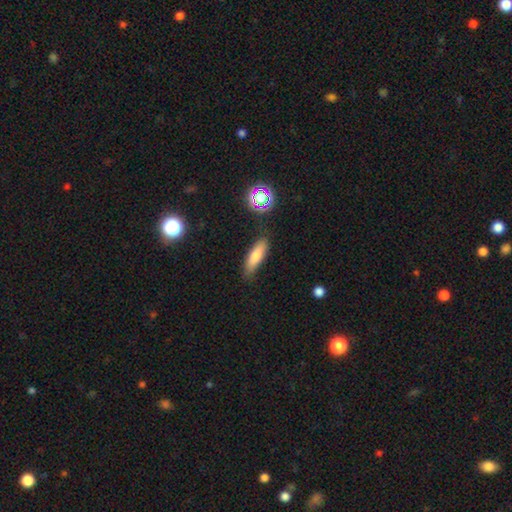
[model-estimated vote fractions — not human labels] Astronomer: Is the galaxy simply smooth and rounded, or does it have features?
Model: smooth — 74%.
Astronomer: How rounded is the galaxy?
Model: cigar-shaped — 52% (runner-up: in between, 46%).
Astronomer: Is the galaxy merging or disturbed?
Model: none — 78%.